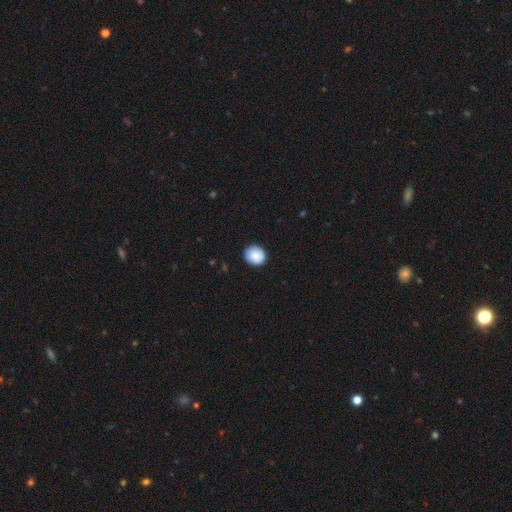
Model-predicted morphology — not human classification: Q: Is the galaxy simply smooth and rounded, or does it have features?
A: smooth — 87%.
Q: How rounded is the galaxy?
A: round — 83%.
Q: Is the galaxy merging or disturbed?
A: none — 89%.